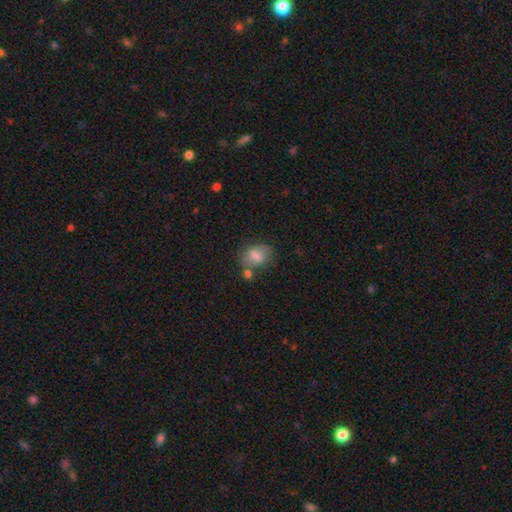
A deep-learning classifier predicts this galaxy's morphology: A smooth galaxy with no disk features (70%) that is in between round and cigar-shaped (68%).

Vote fractions:
- Smooth or featured? smooth: 70% / featured or disk: 21% / star or artifact: 10%
- How rounded? in between: 68% / round: 30% / cigar-shaped: 2%
- Merging? none: 50% / minor disturbance: 21% / merger: 20% / major disturbance: 10%